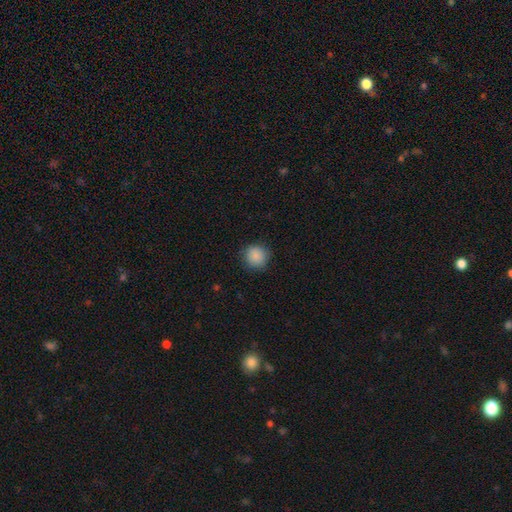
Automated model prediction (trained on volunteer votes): smooth_or_featured: smooth (p=0.88) [alt: star or artifact p=0.08]
how_rounded: round (p=0.92) [alt: in between p=0.07]
merging: none (p=0.87) [alt: minor disturbance p=0.09]